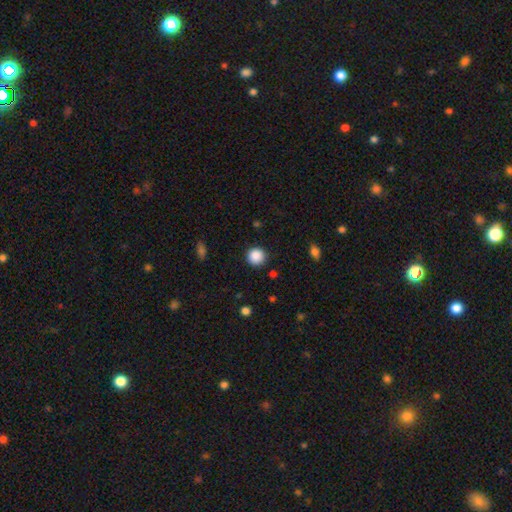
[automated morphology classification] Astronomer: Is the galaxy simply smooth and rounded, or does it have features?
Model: smooth — 88%.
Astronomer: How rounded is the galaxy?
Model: round — 94%.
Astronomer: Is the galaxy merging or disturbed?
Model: none — 90%.